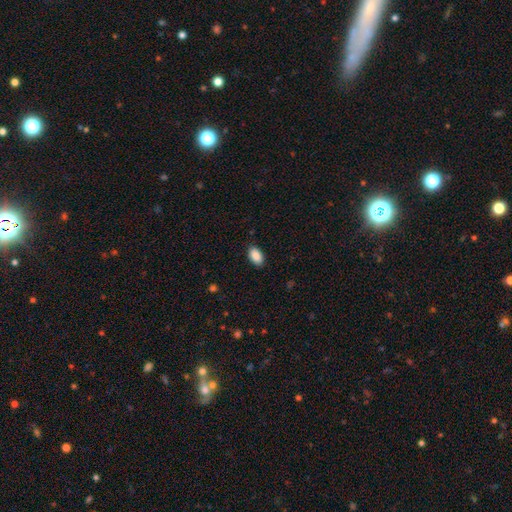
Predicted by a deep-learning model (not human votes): Smooth or featured? smooth (90%)
How rounded? in between (93%)
Merging? none (87%)